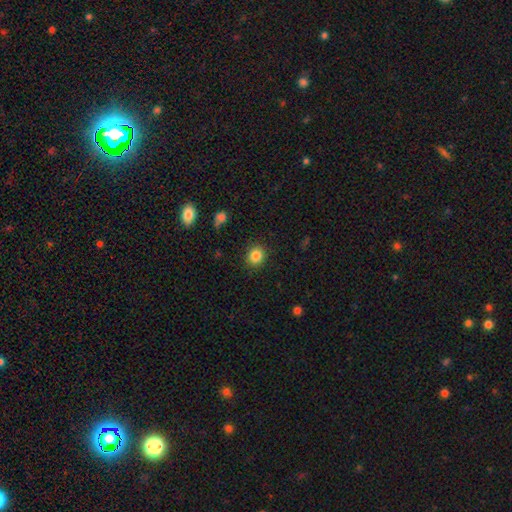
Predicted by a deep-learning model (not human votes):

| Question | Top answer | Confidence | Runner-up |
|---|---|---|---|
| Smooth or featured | smooth | 85% | star or artifact (10%) |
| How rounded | round | 80% | in between (19%) |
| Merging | none | 89% | minor disturbance (7%) |